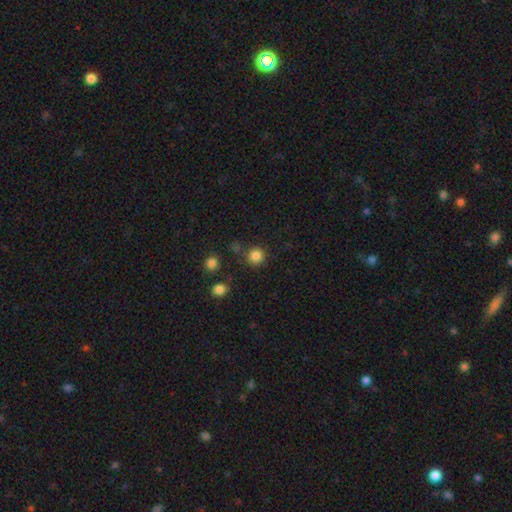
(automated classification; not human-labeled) Overall: smooth (83%). How rounded: round (93%). Merging: none (81%).